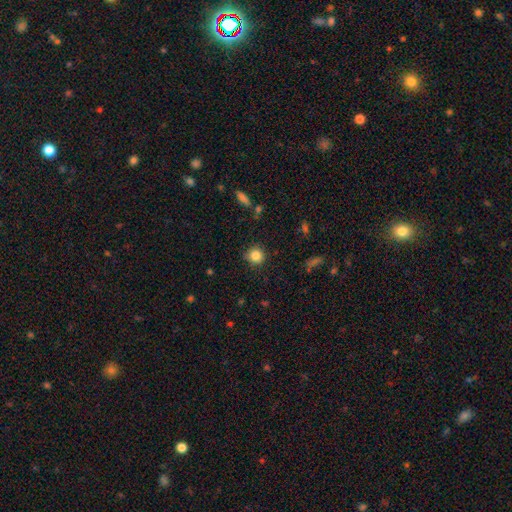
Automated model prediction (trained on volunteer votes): smooth_or_featured: smooth (p=0.84) [alt: star or artifact p=0.11]
how_rounded: round (p=0.91) [alt: in between p=0.08]
merging: none (p=0.86) [alt: minor disturbance p=0.10]